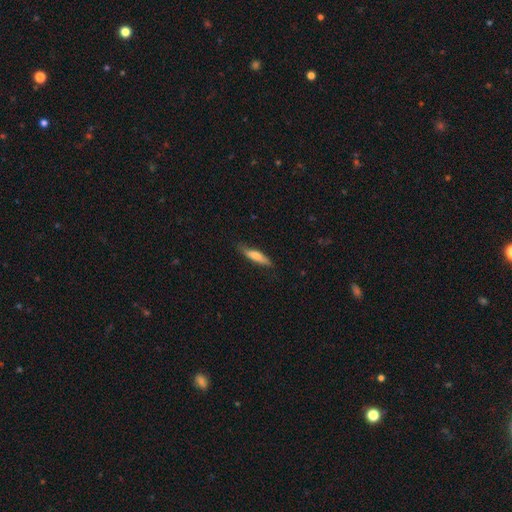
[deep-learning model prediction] This is likely a smooth galaxy (66%). How rounded: likely cigar-shaped (78%). Merging: clearly none (81%).